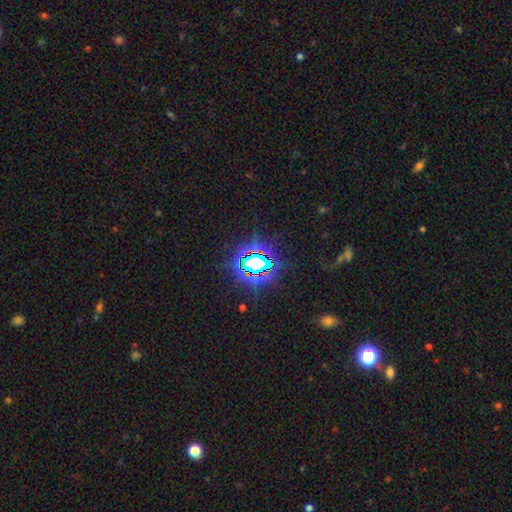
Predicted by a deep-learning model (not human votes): smooth_or_featured: star or artifact (p=0.81) [alt: smooth p=0.11]